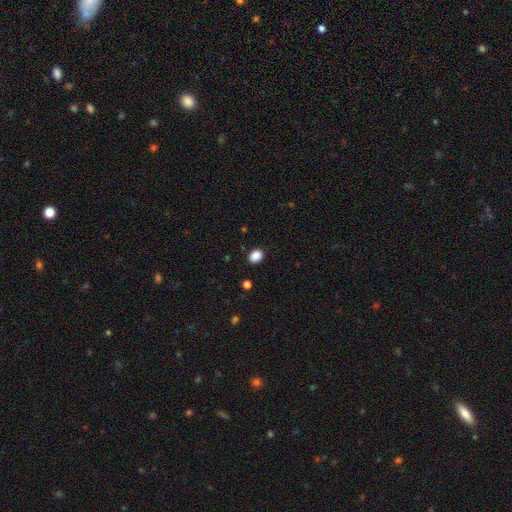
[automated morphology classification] smooth 88%, star or artifact 10%, featured or disk 3%. Down the decision tree: how rounded — in between (55%); merging — none (87%).